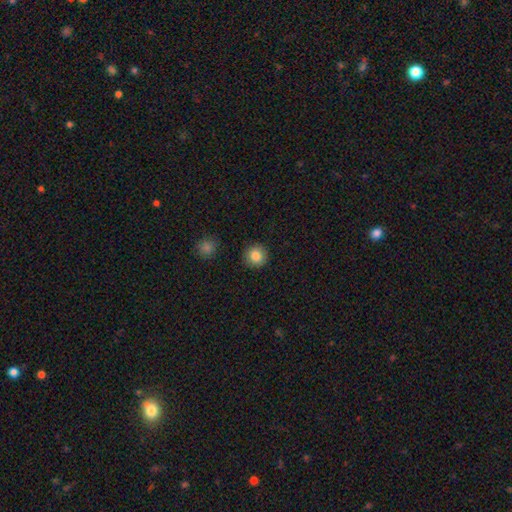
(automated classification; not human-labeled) This appears to be a smooth galaxy with no disk features (85%) that is round (93%). Merging: none (91%).